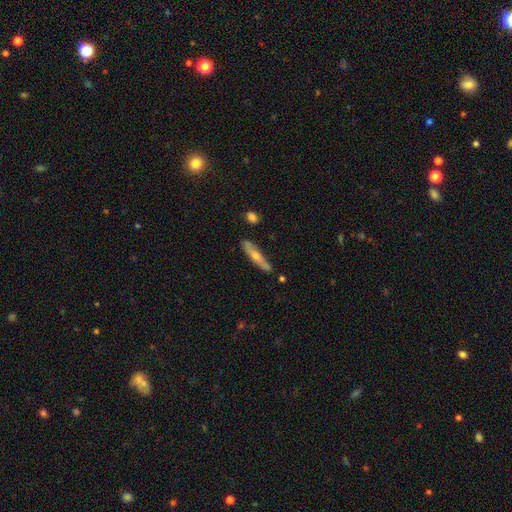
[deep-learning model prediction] Overall: featured or disk (54%; smooth 40%). Edge-on disk: yes (85%). Merging: none (81%).